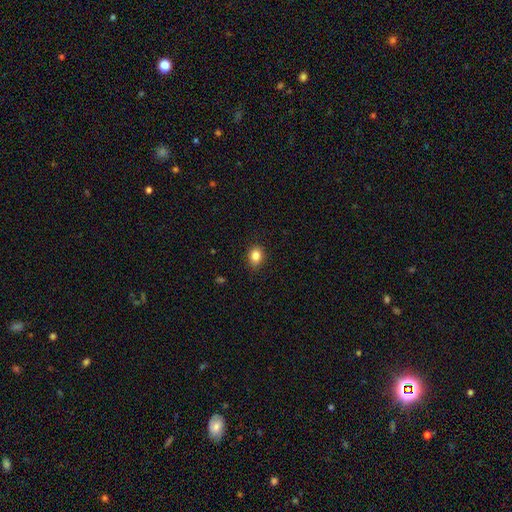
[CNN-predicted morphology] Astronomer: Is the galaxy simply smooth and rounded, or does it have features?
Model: smooth — 85%.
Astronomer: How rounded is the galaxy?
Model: in between — 52% (runner-up: round, 47%).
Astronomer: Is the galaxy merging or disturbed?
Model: none — 87%.